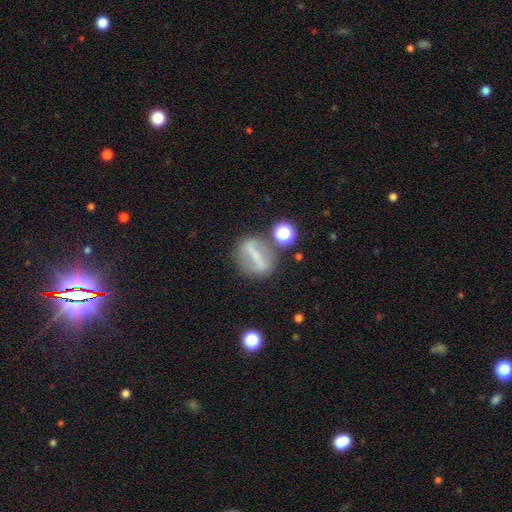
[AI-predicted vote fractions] Smooth or featured: featured or disk — 61% (smooth — 28%)
Edge-on disk: no — 80% (yes — 20%)
Merging: none — 74% (minor disturbance — 13%)